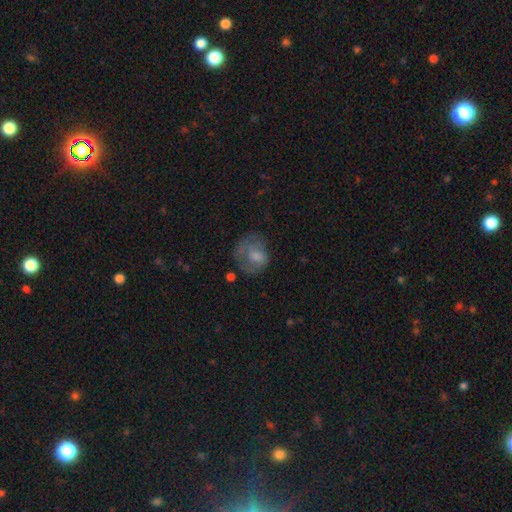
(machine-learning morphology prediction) This appears to be a smooth galaxy with no disk features (55%) that is round (63%). Merging: none (49%).